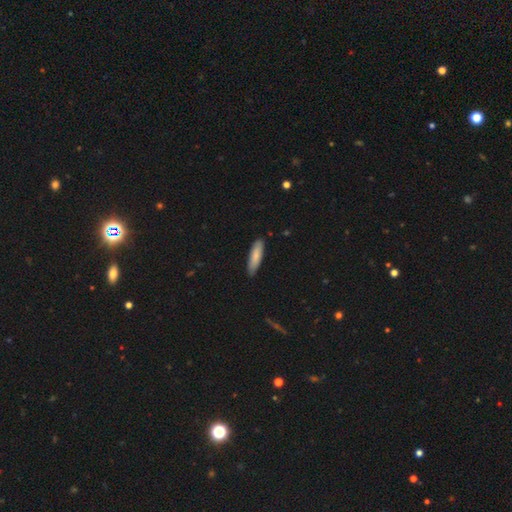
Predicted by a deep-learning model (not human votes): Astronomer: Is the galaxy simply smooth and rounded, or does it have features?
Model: smooth — 81%.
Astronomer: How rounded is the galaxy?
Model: cigar-shaped — 66%.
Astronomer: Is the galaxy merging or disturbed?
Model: none — 85%.